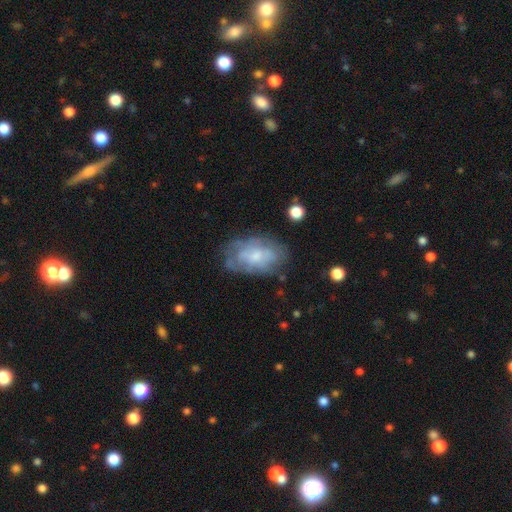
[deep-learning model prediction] Q: Smooth or featured?
A: featured or disk (50%); runner-up: smooth (42%)
Q: Edge-on disk?
A: no (94%); runner-up: yes (6%)
Q: Merging?
A: none (64%); runner-up: minor disturbance (23%)